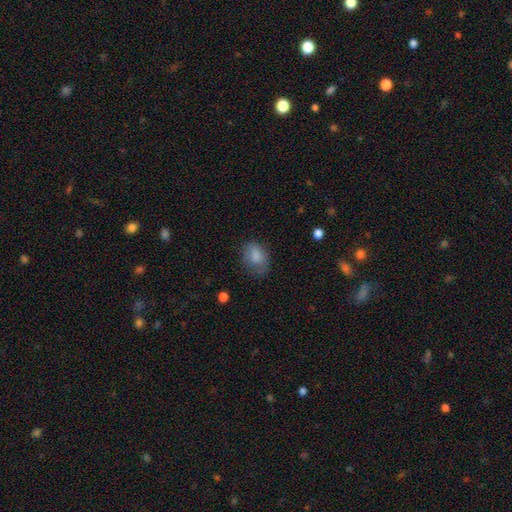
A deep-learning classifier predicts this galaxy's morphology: This appears to be a smooth galaxy with no disk features (79%) that is in between round and cigar-shaped (75%). Merging: none (57%).